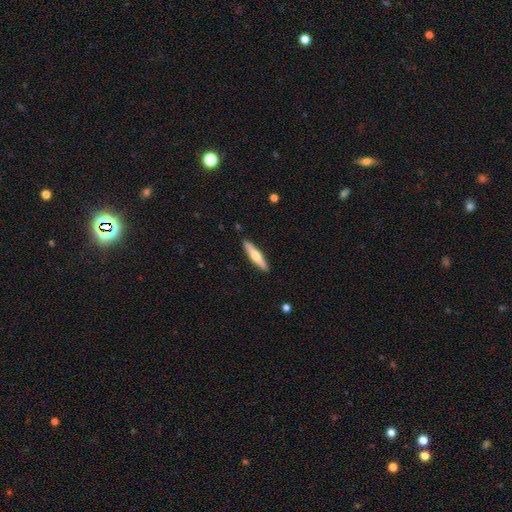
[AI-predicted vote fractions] Smooth or featured: smooth — 49% (featured or disk — 46%)
Merging: none — 90% (minor disturbance — 7%)